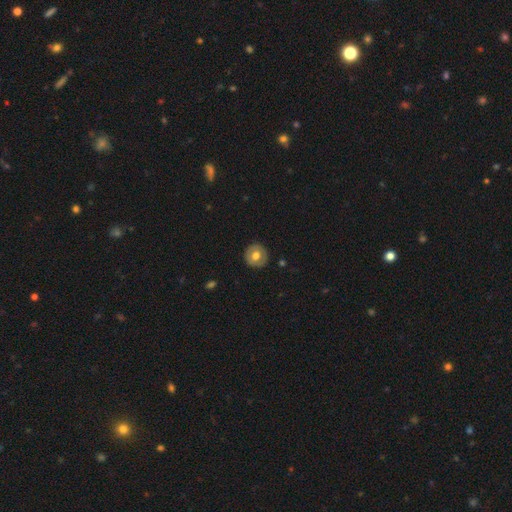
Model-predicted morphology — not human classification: smooth 61%, featured or disk 32%, star or artifact 7%. Down the decision tree: how rounded — round (92%); merging — none (88%).